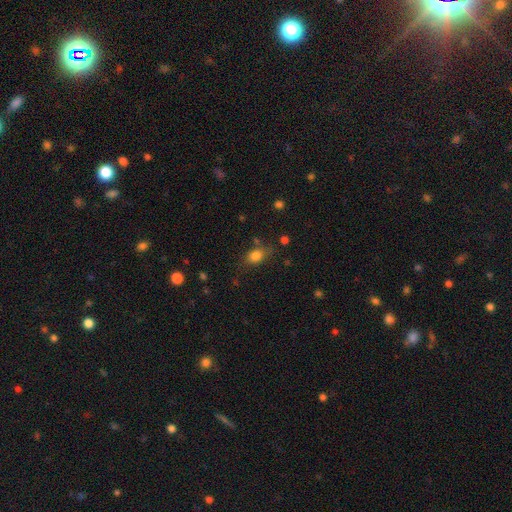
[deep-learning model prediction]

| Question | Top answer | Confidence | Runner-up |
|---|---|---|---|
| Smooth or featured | smooth | 81% | star or artifact (11%) |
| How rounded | in between | 69% | round (27%) |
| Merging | none | 69% | minor disturbance (20%) |